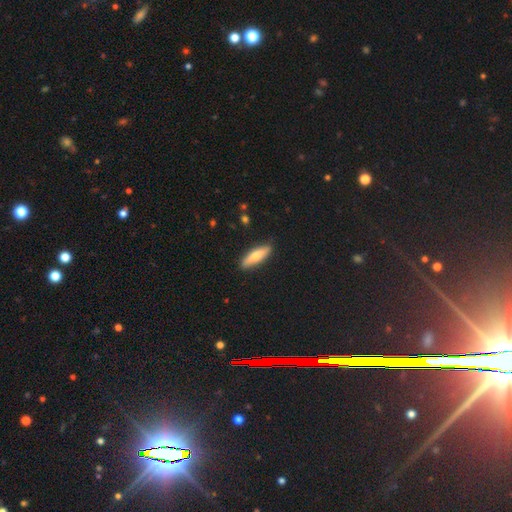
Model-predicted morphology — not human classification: A smooth galaxy with no disk features (67%) that is cigar-shaped (62%).

Vote fractions:
- Smooth or featured? smooth: 67% / featured or disk: 27% / star or artifact: 5%
- How rounded? cigar-shaped: 62% / in between: 36% / round: 2%
- Merging? none: 89% / minor disturbance: 8% / major disturbance: 2% / merger: 1%